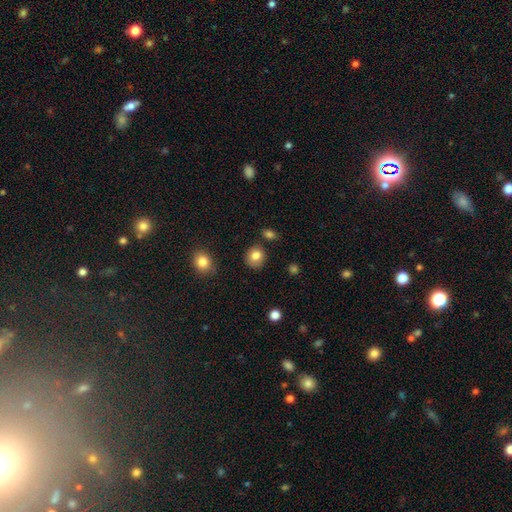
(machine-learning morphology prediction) Smooth or featured? Predicted: smooth (p=0.82). How rounded? Predicted: round (p=0.82). Merging? Predicted: none (p=0.84).